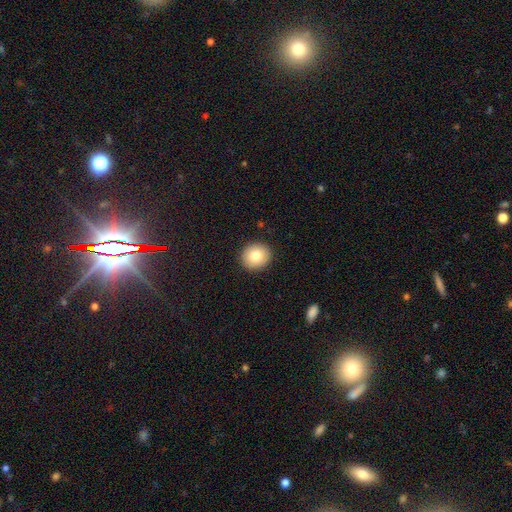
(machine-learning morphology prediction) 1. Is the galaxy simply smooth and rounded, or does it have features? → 81% smooth, 11% featured or disk, 9% star or artifact.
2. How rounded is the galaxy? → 84% round, 15% in between, 1% cigar-shaped.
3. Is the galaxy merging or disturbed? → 92% none, 6% minor disturbance, 2% major disturbance, 1% merger.